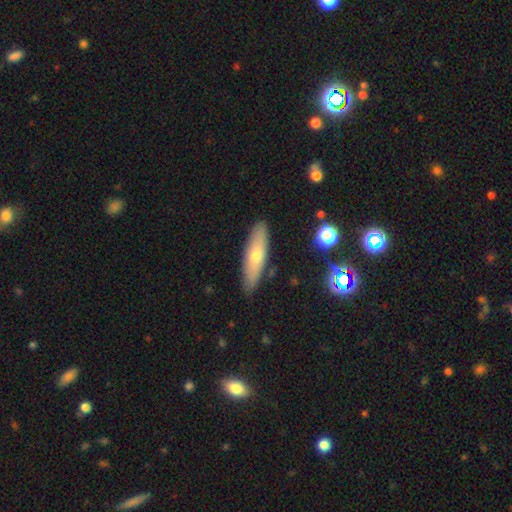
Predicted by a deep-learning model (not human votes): Smooth or featured? smooth (57%)
How rounded? cigar-shaped (68%)
Merging? none (87%)